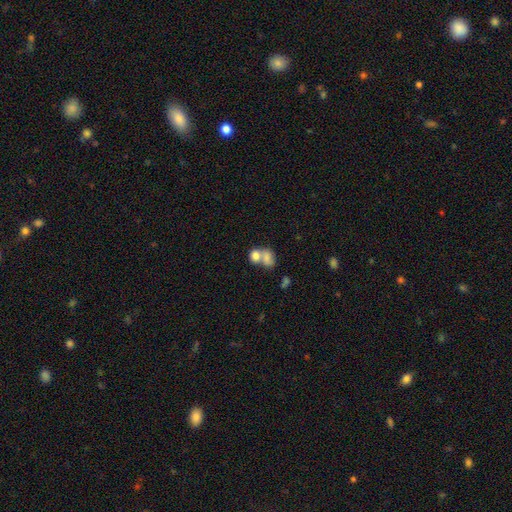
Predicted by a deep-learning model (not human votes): Smooth or featured? smooth (77%)
How rounded? in between (55%)
Merging? merger (68%)